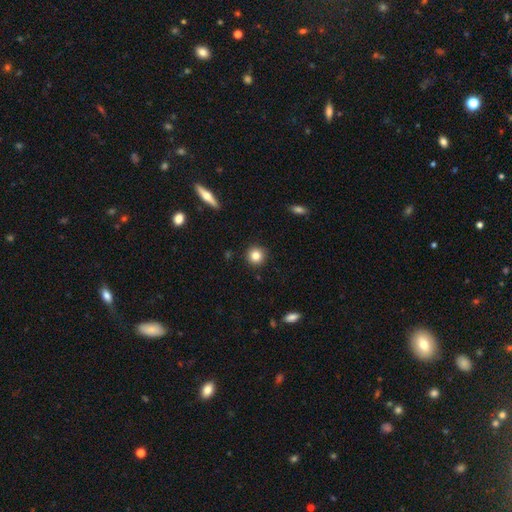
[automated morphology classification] Smooth or featured? Predicted: smooth (p=0.83). How rounded? Predicted: round (p=0.94). Merging? Predicted: none (p=0.92).